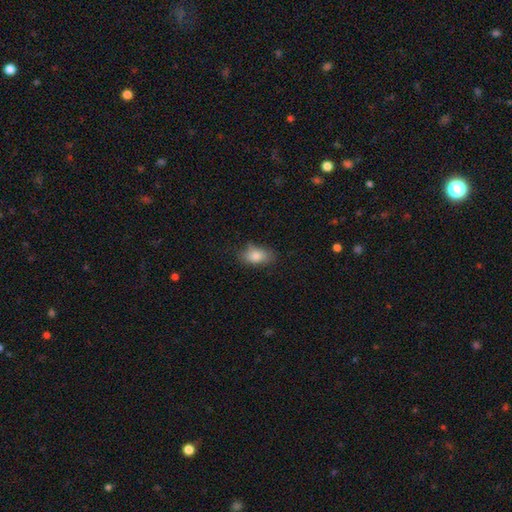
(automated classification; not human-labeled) A smooth galaxy with no disk features (81%) that is in between round and cigar-shaped (87%).

Vote fractions:
- Smooth or featured? smooth: 81% / featured or disk: 10% / star or artifact: 8%
- How rounded? in between: 87% / round: 8% / cigar-shaped: 4%
- Merging? none: 68% / minor disturbance: 24% / major disturbance: 6% / merger: 2%